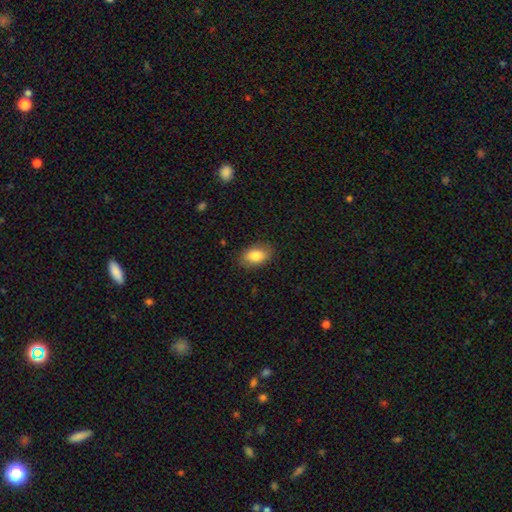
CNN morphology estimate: Smooth or featured? Predicted: smooth (p=0.84). How rounded? Predicted: in between (p=0.88). Merging? Predicted: none (p=0.85).